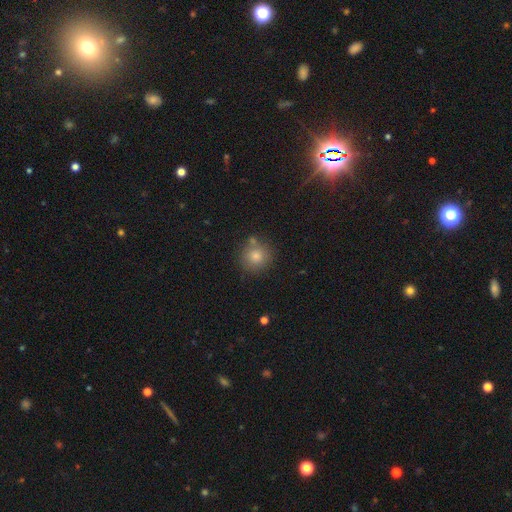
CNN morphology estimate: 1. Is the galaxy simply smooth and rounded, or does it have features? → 81% smooth, 10% star or artifact, 9% featured or disk.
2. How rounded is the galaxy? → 91% round, 8% in between, 1% cigar-shaped.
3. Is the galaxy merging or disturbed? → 74% none, 12% minor disturbance, 11% merger, 3% major disturbance.